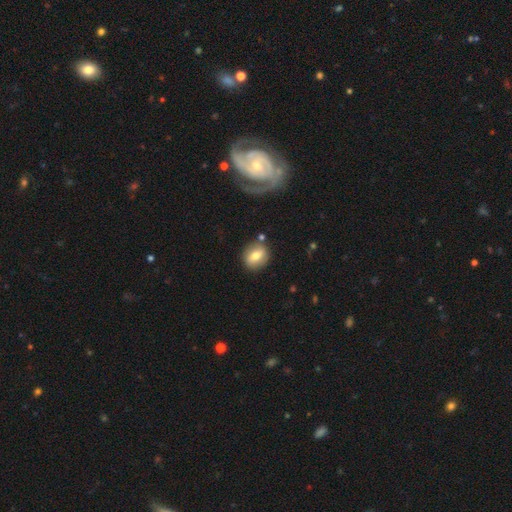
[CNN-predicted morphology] The model was most divided on "how rounded": round: 67%, in between: 31%, cigar-shaped: 2%. More confident: merging — none (82%); smooth or featured — smooth (68%).